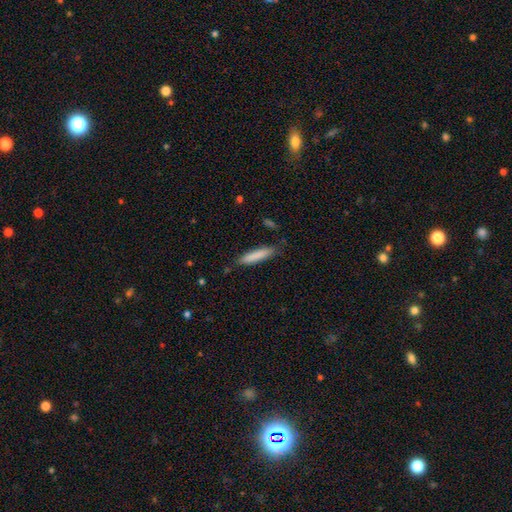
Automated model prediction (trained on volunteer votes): Morphology: type=smooth (83%); roundness=cigar-shaped (87%); merging=none (83%).